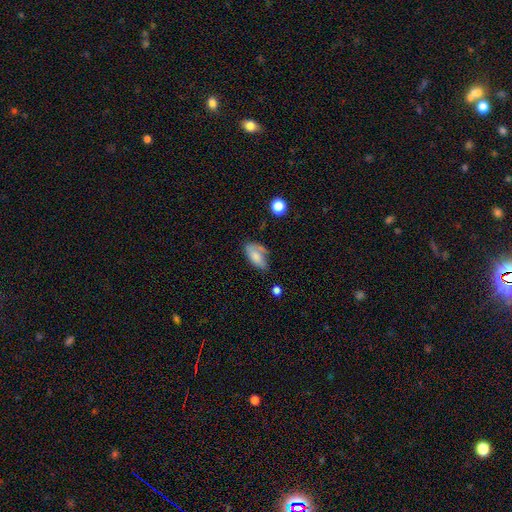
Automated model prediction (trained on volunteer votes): Overall: smooth (72%). How rounded: in between (89%). Merging: none (47%; minor disturbance 31%).